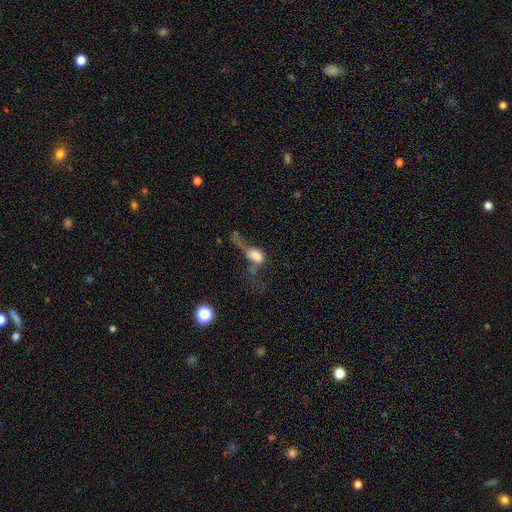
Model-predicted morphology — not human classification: Q: Smooth or featured?
A: smooth (54%); runner-up: featured or disk (33%)
Q: How rounded?
A: in between (68%); runner-up: round (24%)
Q: Merging?
A: major disturbance (54%); runner-up: merger (23%)